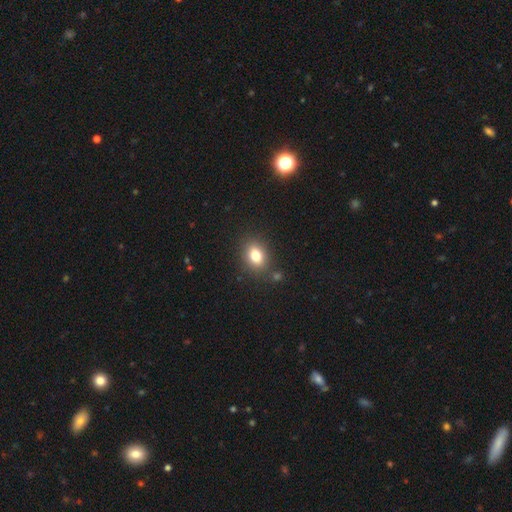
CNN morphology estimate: This appears to be a smooth galaxy with no disk features (80%) that is in between round and cigar-shaped (62%). Merging: none (81%).